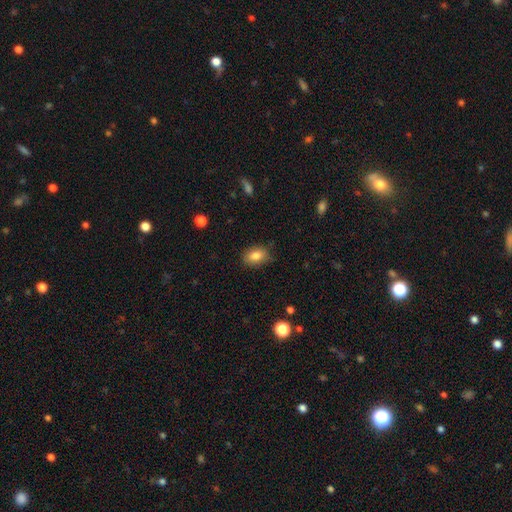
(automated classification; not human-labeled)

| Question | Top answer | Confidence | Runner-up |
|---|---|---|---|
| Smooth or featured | smooth | 84% | star or artifact (8%) |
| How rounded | in between | 83% | round (15%) |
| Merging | none | 81% | minor disturbance (15%) |